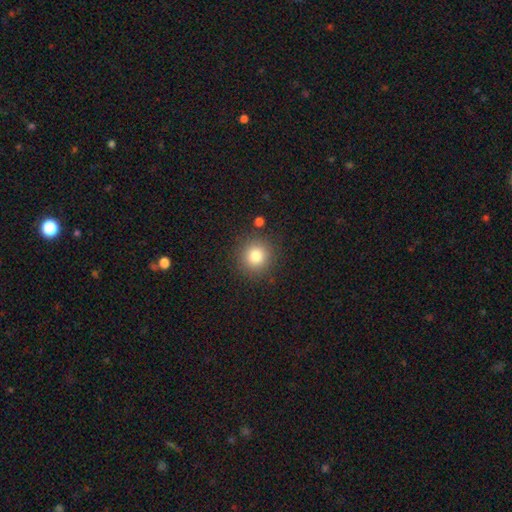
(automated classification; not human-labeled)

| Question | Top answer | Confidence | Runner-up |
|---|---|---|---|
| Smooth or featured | smooth | 81% | star or artifact (12%) |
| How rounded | round | 92% | in between (7%) |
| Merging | none | 88% | minor disturbance (7%) |